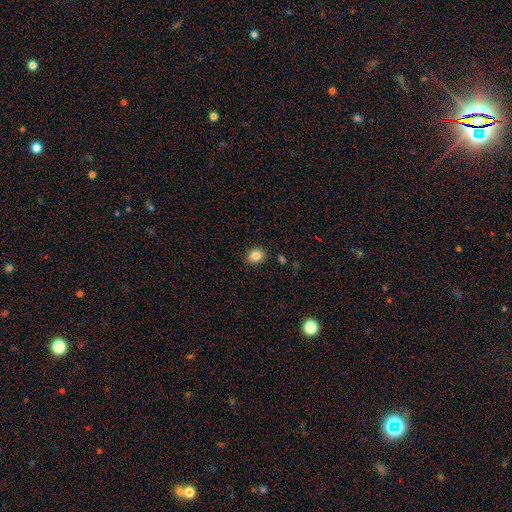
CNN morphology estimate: Smooth or featured: smooth — 84% (star or artifact — 10%)
How rounded: round — 62% (in between — 37%)
Merging: none — 87% (minor disturbance — 9%)